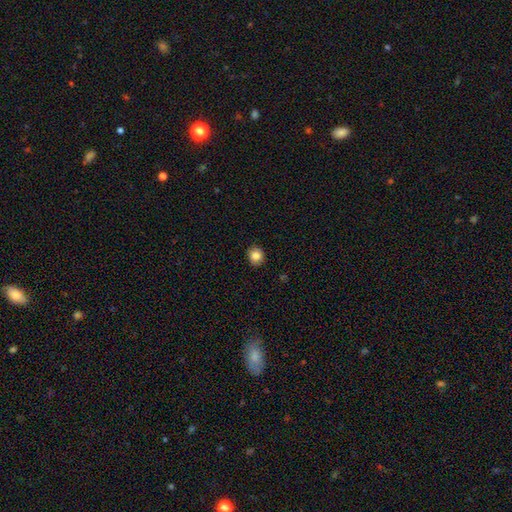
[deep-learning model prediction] Smooth or featured?
  - smooth: 85% *
  - star or artifact: 9%
  - featured or disk: 6%
How rounded?
  - round: 78% *
  - in between: 21%
  - cigar-shaped: 1%
Merging?
  - none: 90% *
  - minor disturbance: 7%
  - major disturbance: 2%
  - merger: 1%